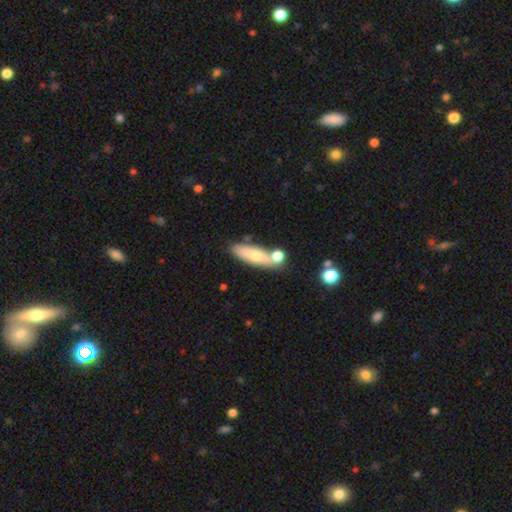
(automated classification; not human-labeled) Morphology: type=smooth (64%); roundness=cigar-shaped (51%); merging=none (60%).